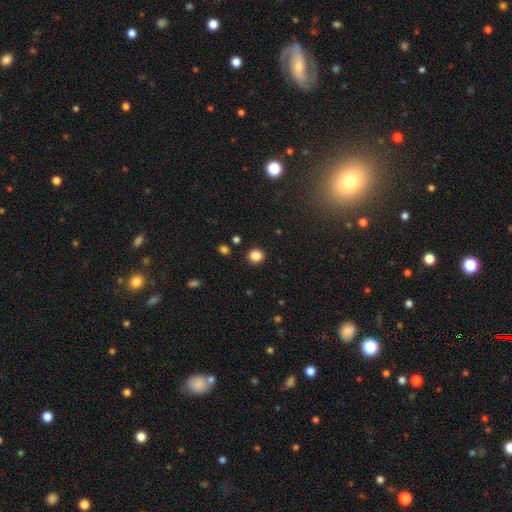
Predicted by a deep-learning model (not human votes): A smooth galaxy with no disk features (85%) that is round (83%). Merging: none (90%).